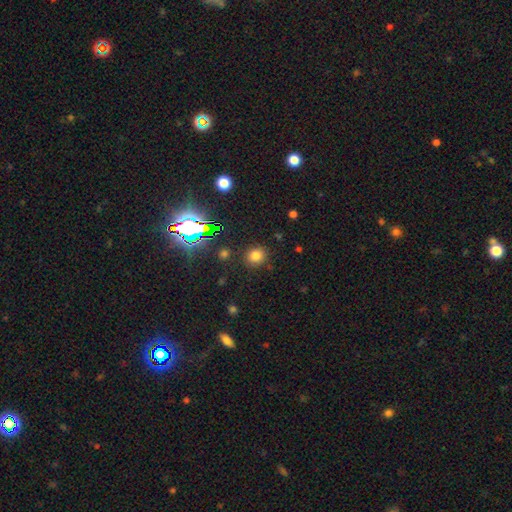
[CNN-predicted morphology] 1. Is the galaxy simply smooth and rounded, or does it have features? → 73% smooth, 21% star or artifact, 6% featured or disk.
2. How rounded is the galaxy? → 81% round, 18% in between, 1% cigar-shaped.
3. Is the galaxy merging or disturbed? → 86% none, 8% minor disturbance, 3% major disturbance, 2% merger.